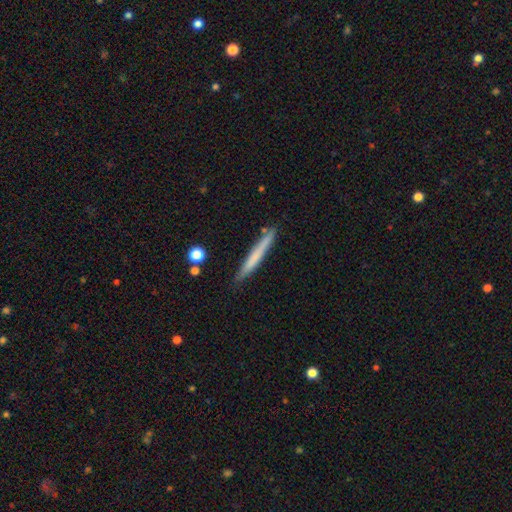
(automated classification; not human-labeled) The model was most divided on "smooth or featured": smooth: 65%, featured or disk: 29%, star or artifact: 6%. More confident: how rounded — cigar-shaped (96%); merging — none (85%).